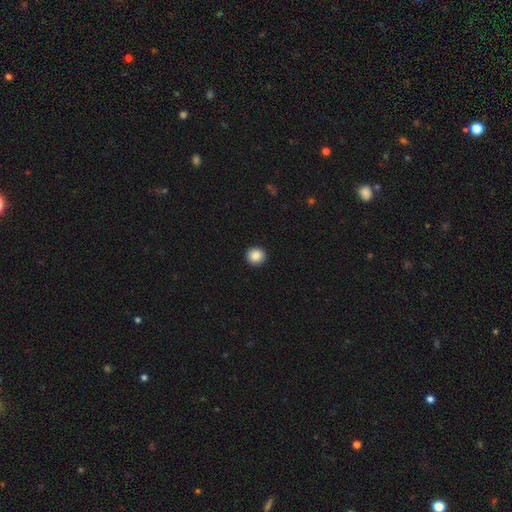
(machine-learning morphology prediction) Smooth or featured? Predicted: smooth (p=0.87). How rounded? Predicted: round (p=0.94). Merging? Predicted: none (p=0.93).